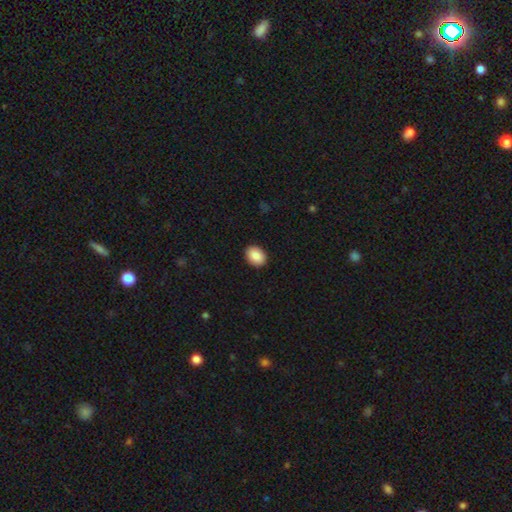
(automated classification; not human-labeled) Q: Smooth or featured?
A: smooth (88%); runner-up: star or artifact (7%)
Q: How rounded?
A: in between (65%); runner-up: round (34%)
Q: Merging?
A: none (91%); runner-up: minor disturbance (6%)